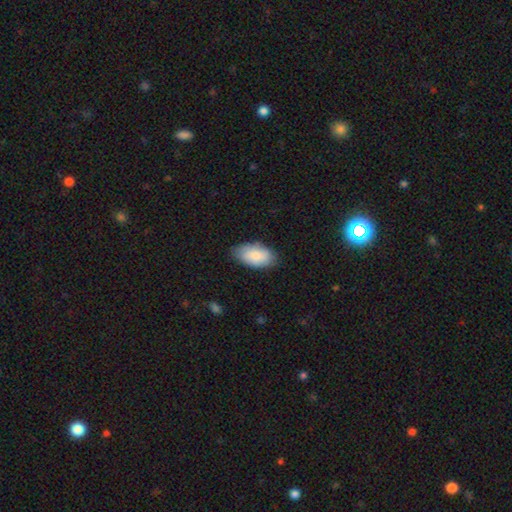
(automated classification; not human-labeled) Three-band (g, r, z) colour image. It shows a smooth galaxy with no disk features (84%) that is in between round and cigar-shaped (95%). Merging: none (77%).